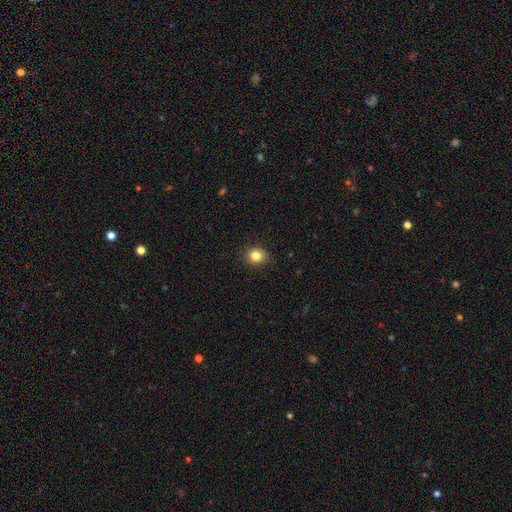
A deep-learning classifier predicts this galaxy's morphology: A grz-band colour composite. It shows a smooth galaxy with no disk features (82%) that is round (71%). Merging: none (89%).